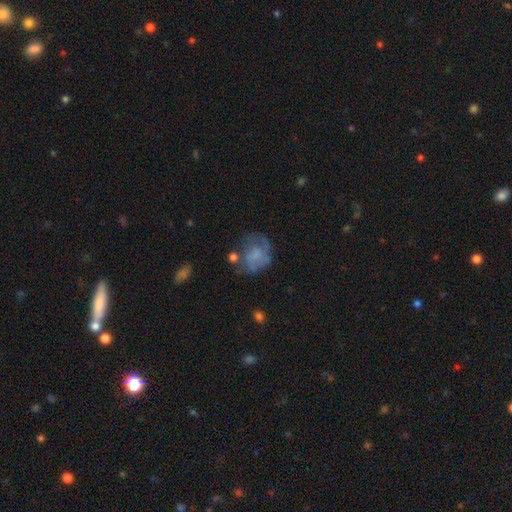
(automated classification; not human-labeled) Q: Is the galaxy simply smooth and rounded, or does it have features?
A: smooth — 46%.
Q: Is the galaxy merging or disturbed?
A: none — 38%.